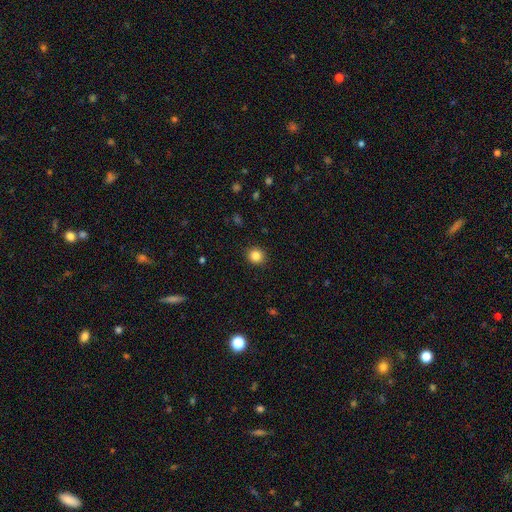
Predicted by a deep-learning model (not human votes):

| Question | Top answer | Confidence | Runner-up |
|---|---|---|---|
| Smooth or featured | smooth | 84% | star or artifact (11%) |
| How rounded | round | 89% | in between (10%) |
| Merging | none | 91% | minor disturbance (6%) |